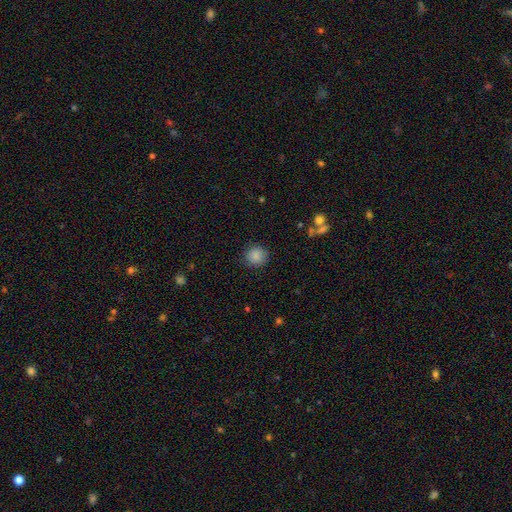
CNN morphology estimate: smooth_or_featured: smooth (p=0.87) [alt: star or artifact p=0.10]
how_rounded: round (p=0.91) [alt: in between p=0.08]
merging: none (p=0.87) [alt: minor disturbance p=0.09]